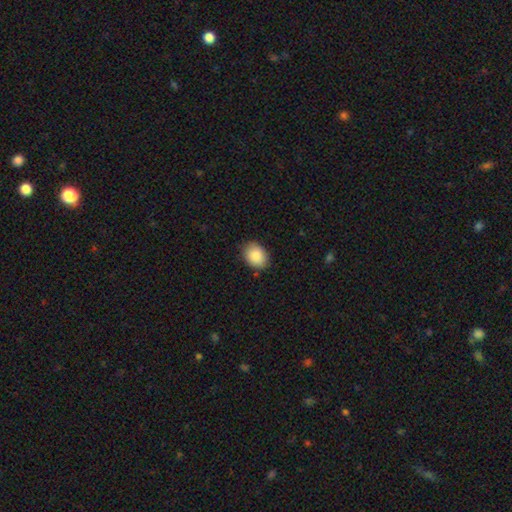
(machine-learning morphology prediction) A smooth galaxy with no disk features (88%) that is in between round and cigar-shaped (67%).

Vote fractions:
- Smooth or featured? smooth: 88% / star or artifact: 7% / featured or disk: 5%
- How rounded? in between: 67% / round: 32% / cigar-shaped: 1%
- Merging? none: 85% / minor disturbance: 12% / major disturbance: 2% / merger: 1%